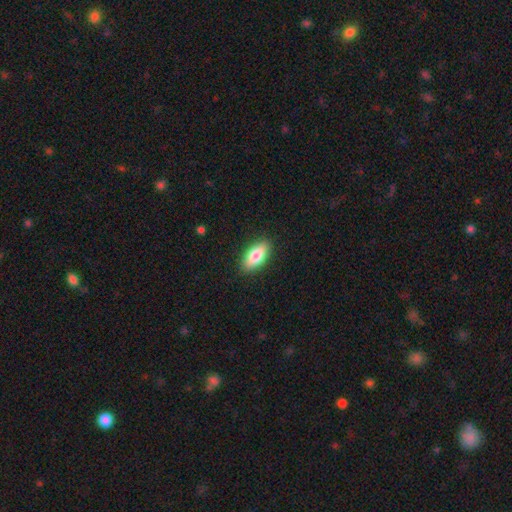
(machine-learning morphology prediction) Overall: smooth (79%). How rounded: in between (83%). Merging: none (88%).